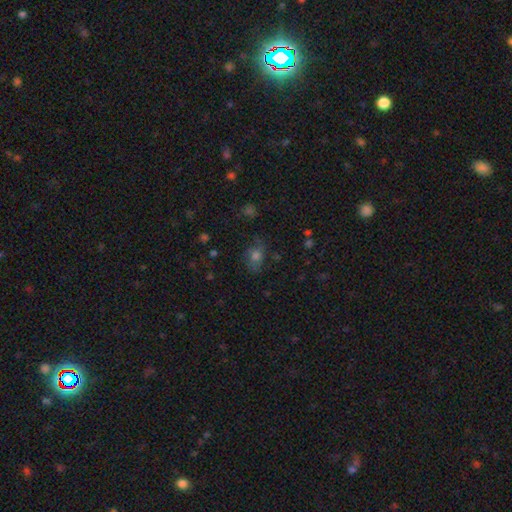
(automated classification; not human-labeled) This is likely a smooth galaxy (66%). How rounded: likely in between (62%). Merging: likely none (67%).